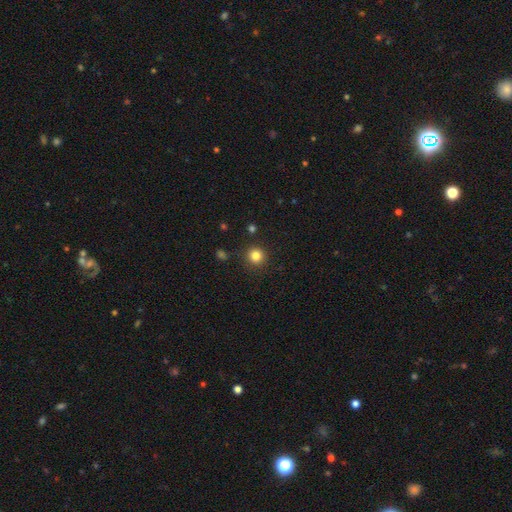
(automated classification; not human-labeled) The model was most divided on "smooth or featured": smooth: 83%, star or artifact: 12%, featured or disk: 5%. More confident: how rounded — round (93%); merging — none (89%).